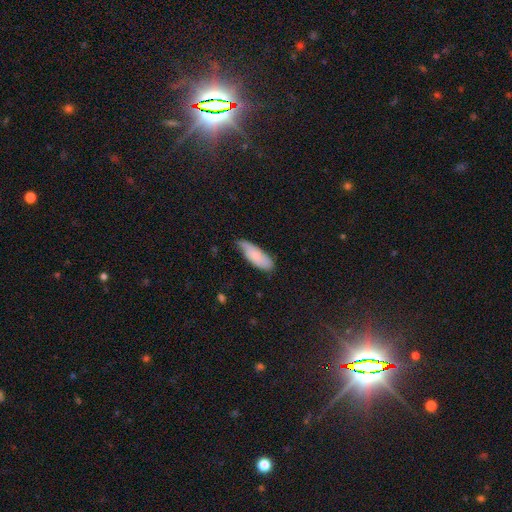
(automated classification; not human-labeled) This appears to be a smooth galaxy with no disk features (75%) that is in between round and cigar-shaped (66%). Merging: none (52%).